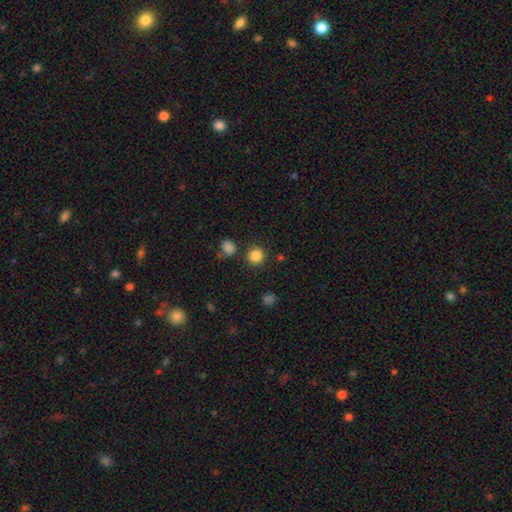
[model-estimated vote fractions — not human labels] A smooth galaxy with no disk features (84%) that is round (91%).

Vote fractions:
- Smooth or featured? smooth: 84% / star or artifact: 12% / featured or disk: 4%
- How rounded? round: 91% / in between: 8% / cigar-shaped: 1%
- Merging? none: 85% / minor disturbance: 7% / merger: 5% / major disturbance: 3%